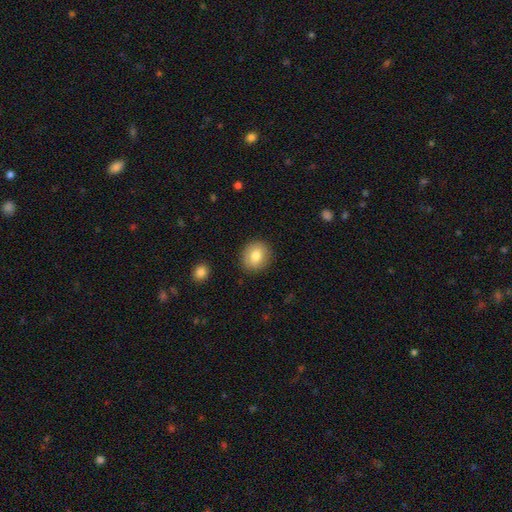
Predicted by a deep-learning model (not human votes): Smooth or featured? smooth (80%)
How rounded? round (79%)
Merging? none (89%)